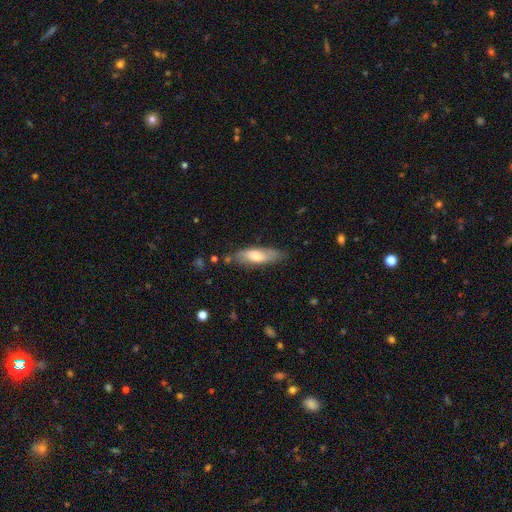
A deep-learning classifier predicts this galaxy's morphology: smooth 61%, featured or disk 33%, star or artifact 6%. Down the decision tree: how rounded — in between (51%); merging — none (76%).